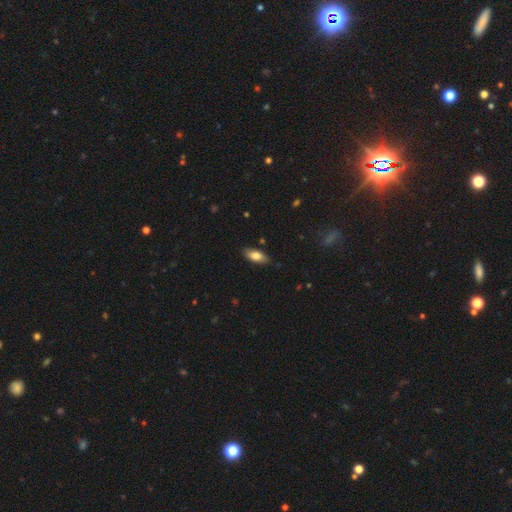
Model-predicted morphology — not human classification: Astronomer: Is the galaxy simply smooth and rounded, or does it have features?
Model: smooth — 79%.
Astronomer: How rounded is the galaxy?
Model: in between — 84%.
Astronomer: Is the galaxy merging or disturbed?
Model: none — 83%.